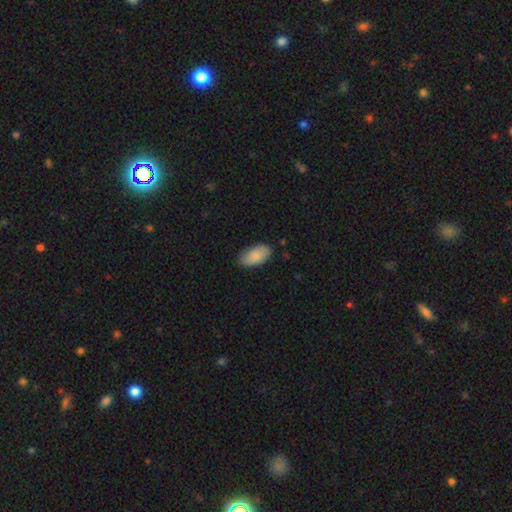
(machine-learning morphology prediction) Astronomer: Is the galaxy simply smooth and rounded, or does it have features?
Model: smooth — 86%.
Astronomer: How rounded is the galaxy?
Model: in between — 94%.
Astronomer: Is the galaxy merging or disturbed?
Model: none — 79%.